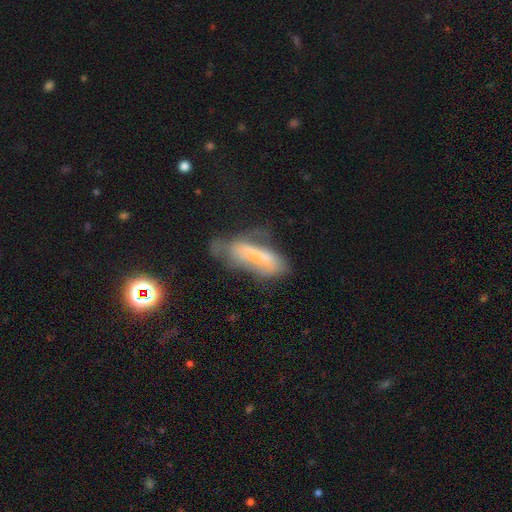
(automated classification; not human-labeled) The model was most divided on "merging" (3-way tie): none: 31%, minor disturbance: 31%, major disturbance: 31%, merger: 7%. Remaining: smooth or featured — smooth (52%); how rounded — in between (49%).